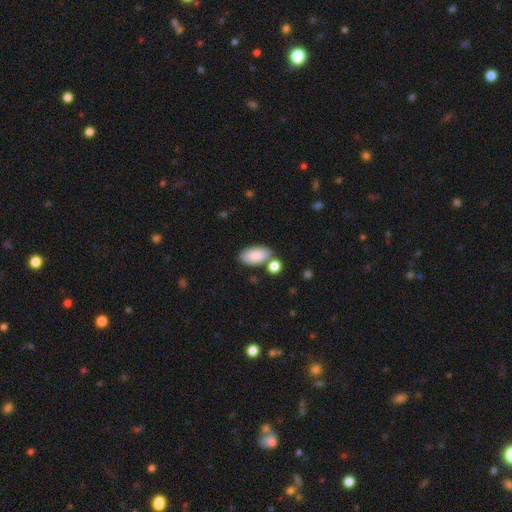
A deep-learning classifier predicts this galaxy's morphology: Smooth or featured? Predicted: smooth (p=0.87). How rounded? Predicted: in between (p=0.95). Merging? Predicted: none (p=0.67).